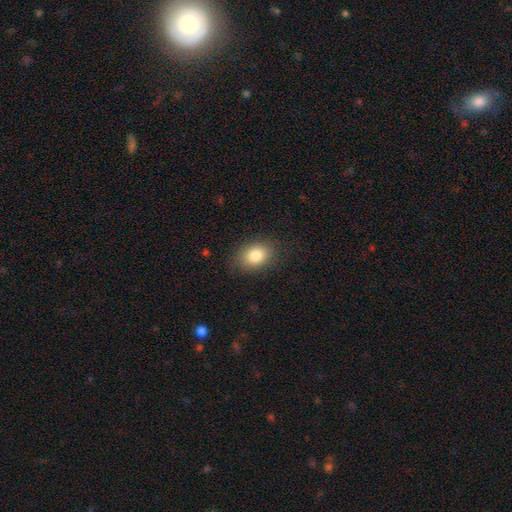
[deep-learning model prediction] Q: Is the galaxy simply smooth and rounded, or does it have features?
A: smooth — 83%.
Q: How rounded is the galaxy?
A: in between — 72%.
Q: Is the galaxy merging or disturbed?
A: none — 84%.